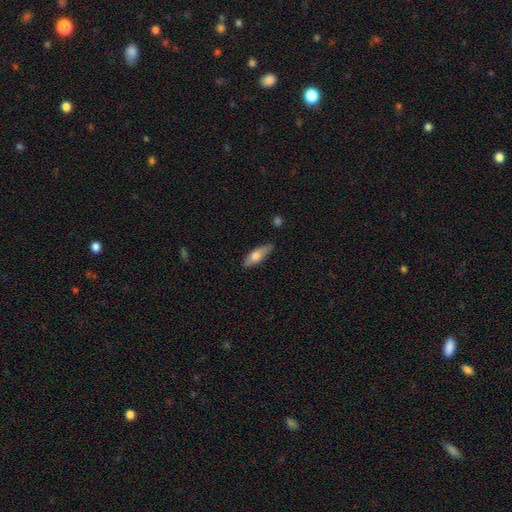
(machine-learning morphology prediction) Smooth or featured? smooth (66%)
How rounded? in between (59%)
Merging? none (79%)